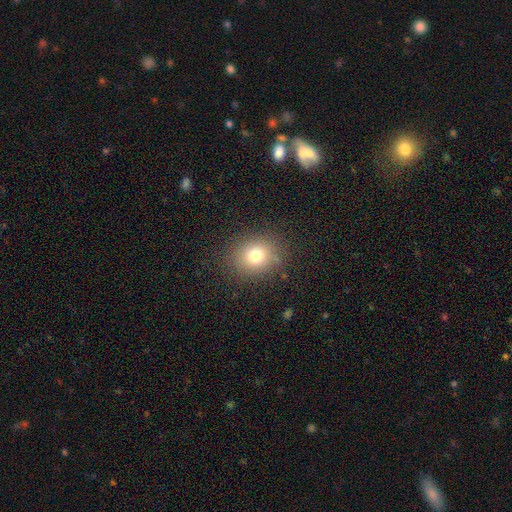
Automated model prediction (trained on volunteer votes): Smooth or featured? smooth (75%)
How rounded? round (69%)
Merging? none (84%)